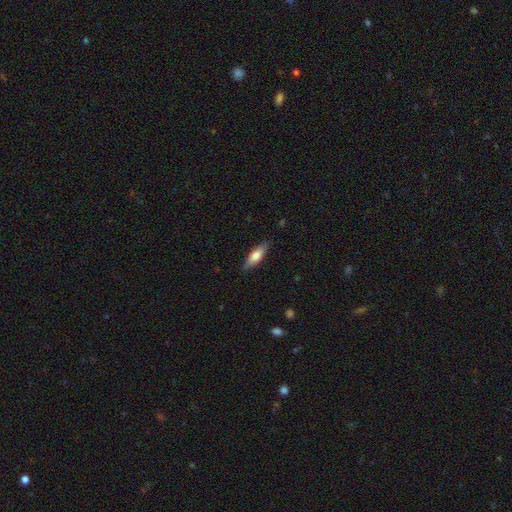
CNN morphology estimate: smooth-or-featured: smooth: 65% | featured or disk: 29% | star or artifact: 6%
  how-rounded: in between: 51% | cigar-shaped: 47% | round: 2%
  merging: none: 84% | minor disturbance: 12% | major disturbance: 2% | merger: 1%